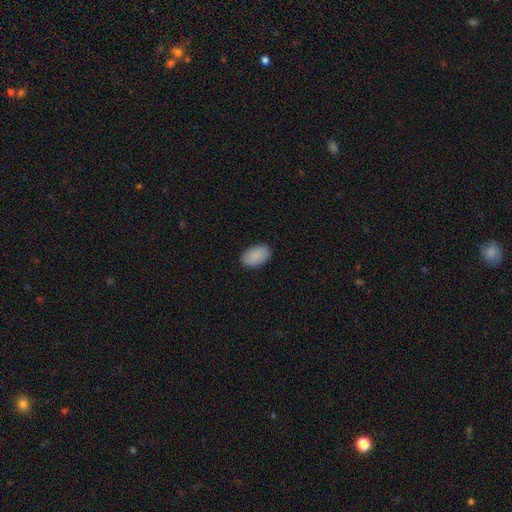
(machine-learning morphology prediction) A smooth galaxy with no disk features (90%) that is in between round and cigar-shaped (94%). Merging: none (88%).